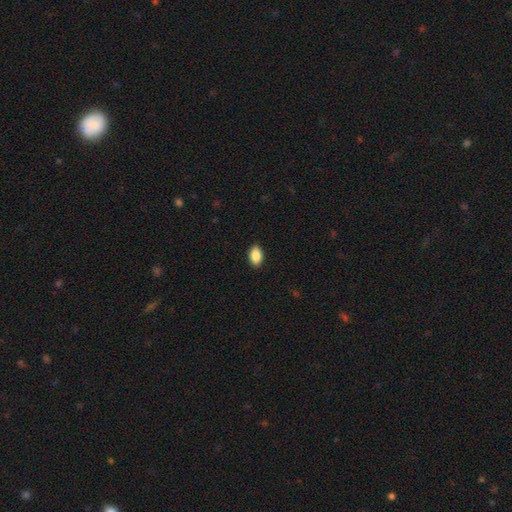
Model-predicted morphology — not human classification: Overall: smooth (88%). How rounded: in between (91%). Merging: none (89%).